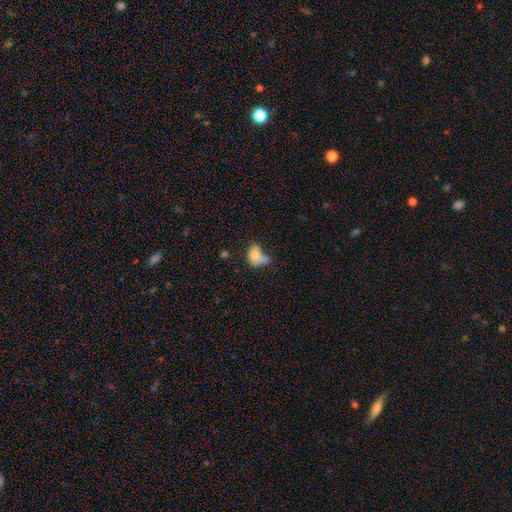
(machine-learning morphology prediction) Smooth or featured? Predicted: smooth (p=0.68). How rounded? Predicted: in between (p=0.69). Merging? Predicted: major disturbance (p=0.28).